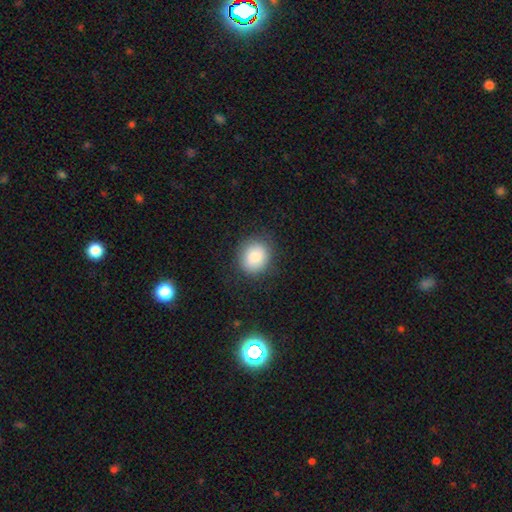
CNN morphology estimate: The model was most divided on "how rounded": round: 75%, in between: 24%, cigar-shaped: 1%. More confident: merging — none (84%); smooth or featured — smooth (84%).